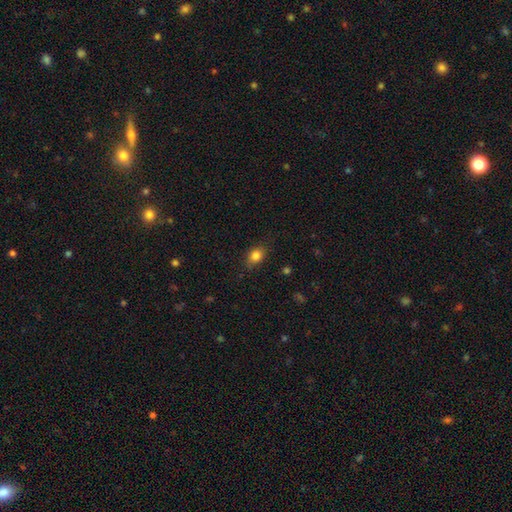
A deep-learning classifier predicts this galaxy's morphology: A smooth galaxy with no disk features (83%) that is in between round and cigar-shaped (65%). Merging: none (79%).